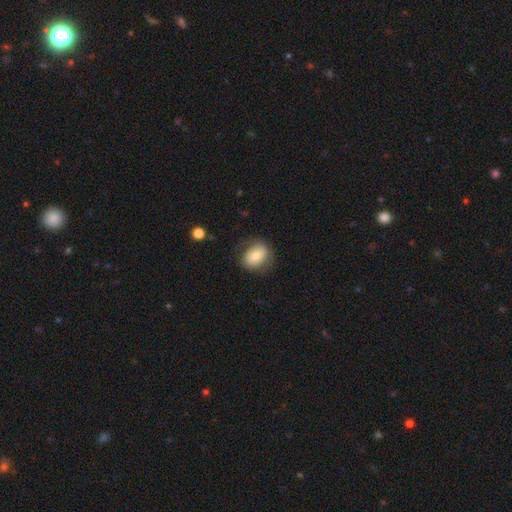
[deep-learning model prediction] Morphology: type=smooth (73%); roundness=in between (58%); merging=none (76%).